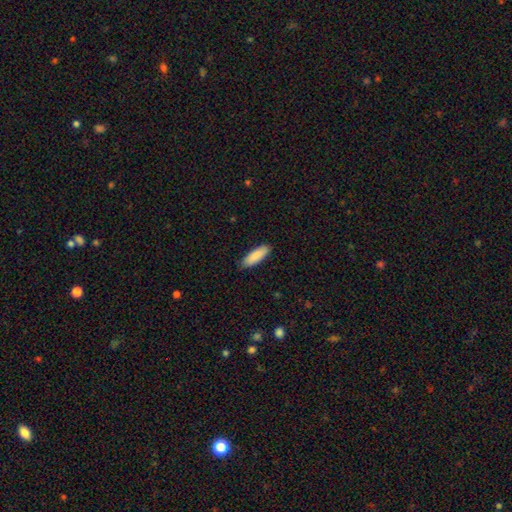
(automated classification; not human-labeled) Morphology: type=smooth (88%); roundness=in between (57%); merging=none (86%).